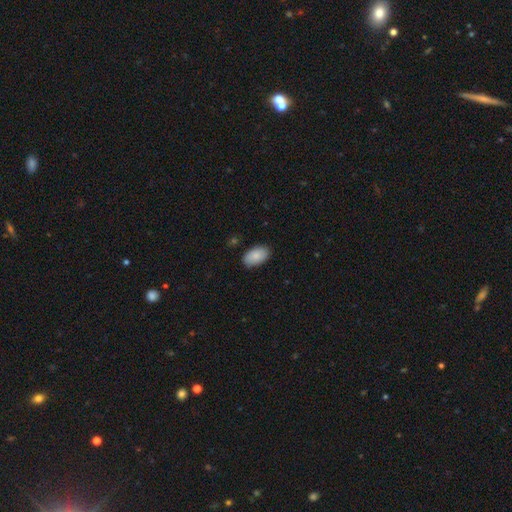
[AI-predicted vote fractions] Smooth or featured? smooth (87%)
How rounded? in between (94%)
Merging? none (85%)